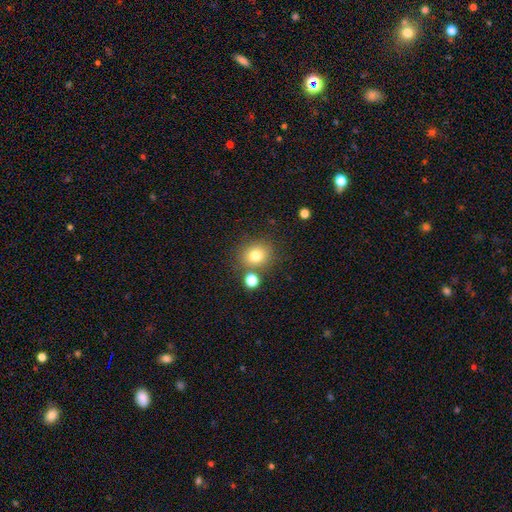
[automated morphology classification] Smooth or featured: smooth — 78% (star or artifact — 13%)
How rounded: round — 79% (in between — 21%)
Merging: none — 73% (merger — 14%)